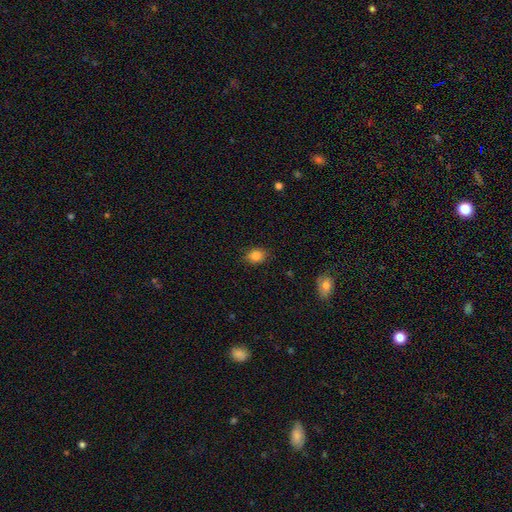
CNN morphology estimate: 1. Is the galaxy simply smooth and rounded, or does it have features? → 84% smooth, 10% star or artifact, 6% featured or disk.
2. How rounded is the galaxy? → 49% round (tied), 49% in between (tied), 1% cigar-shaped.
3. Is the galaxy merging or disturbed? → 83% none, 14% minor disturbance, 3% major disturbance, 1% merger.